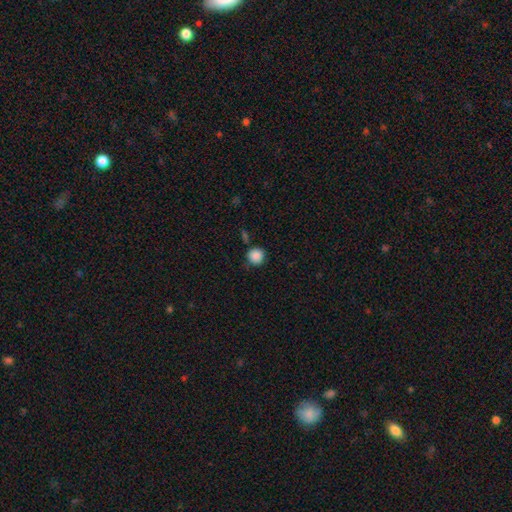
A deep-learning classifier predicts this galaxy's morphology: Smooth or featured? Predicted: smooth (p=0.87). How rounded? Predicted: round (p=0.94). Merging? Predicted: none (p=0.81).